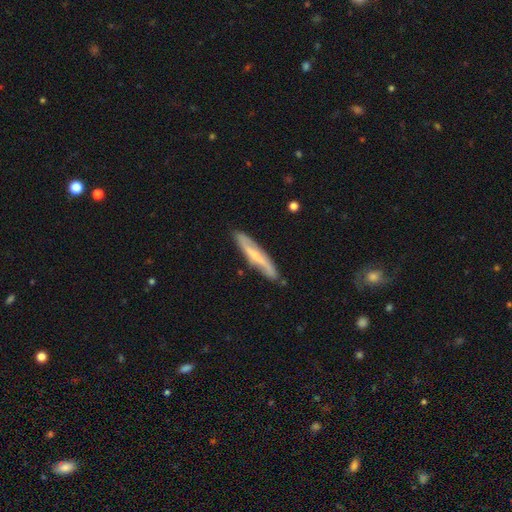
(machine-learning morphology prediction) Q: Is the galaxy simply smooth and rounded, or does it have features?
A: featured or disk — 59%.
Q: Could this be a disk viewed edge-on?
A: yes — 57%.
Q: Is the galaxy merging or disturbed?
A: none — 81%.